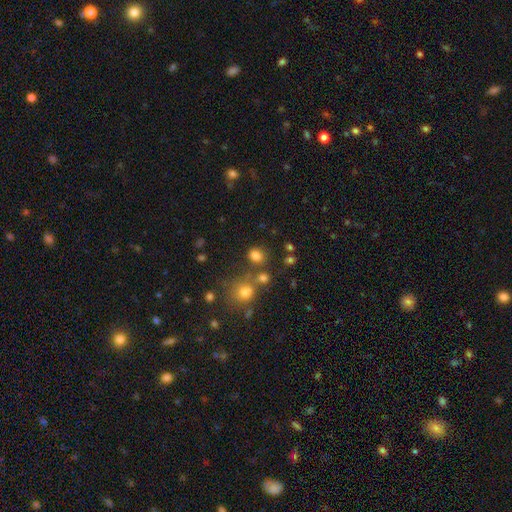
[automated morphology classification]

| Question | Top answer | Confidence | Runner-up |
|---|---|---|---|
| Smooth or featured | smooth | 78% | star or artifact (16%) |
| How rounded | round | 63% | in between (36%) |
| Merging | none | 72% | merger (12%) |